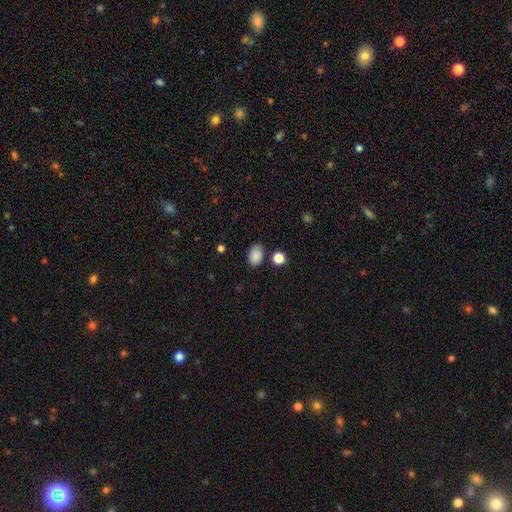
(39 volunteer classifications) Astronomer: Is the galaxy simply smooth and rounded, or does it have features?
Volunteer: smooth — 90%.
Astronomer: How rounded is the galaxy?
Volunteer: in between — 94%.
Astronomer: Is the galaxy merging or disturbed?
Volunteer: none — 81%.